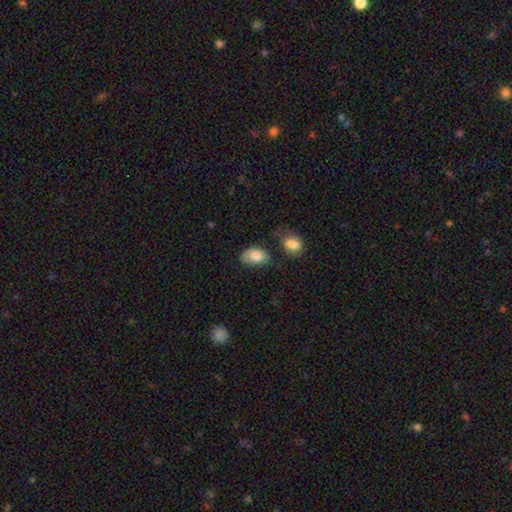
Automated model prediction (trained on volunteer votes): This appears to be a smooth galaxy with no disk features (85%) that is in between round and cigar-shaped (88%). Merging: none (52%).